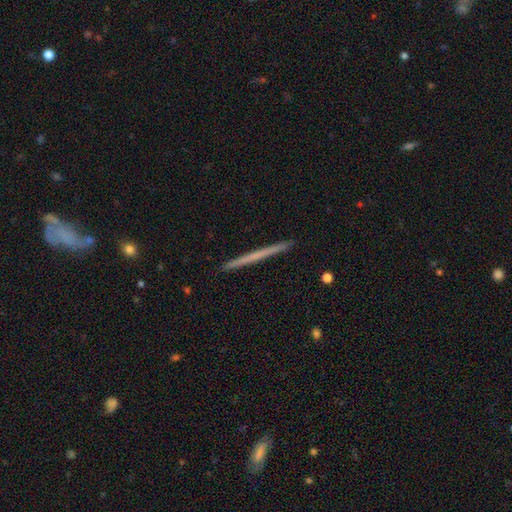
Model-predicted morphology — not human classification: smooth-or-featured: featured or disk: 53% | smooth: 42% | star or artifact: 5%
  disk-edge-on: yes: 98% | no: 2%
    edge-on-bulge: none: 91% | rounded: 6% | boxy: 2%
  merging: none: 93% | minor disturbance: 4% | major disturbance: 1% | merger: 1%